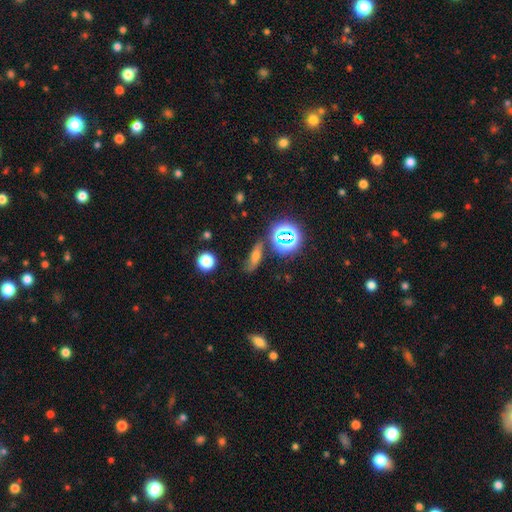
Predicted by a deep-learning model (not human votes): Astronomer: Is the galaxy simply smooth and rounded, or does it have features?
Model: smooth — 49% (runner-up: star or artifact, 26%).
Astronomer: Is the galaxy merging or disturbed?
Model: none — 67%.